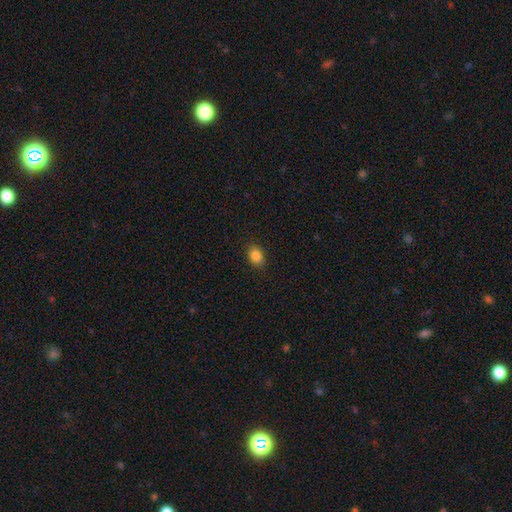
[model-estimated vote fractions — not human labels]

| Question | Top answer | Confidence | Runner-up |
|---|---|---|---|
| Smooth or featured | smooth | 85% | star or artifact (9%) |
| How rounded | in between | 75% | round (24%) |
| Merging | none | 89% | minor disturbance (8%) |